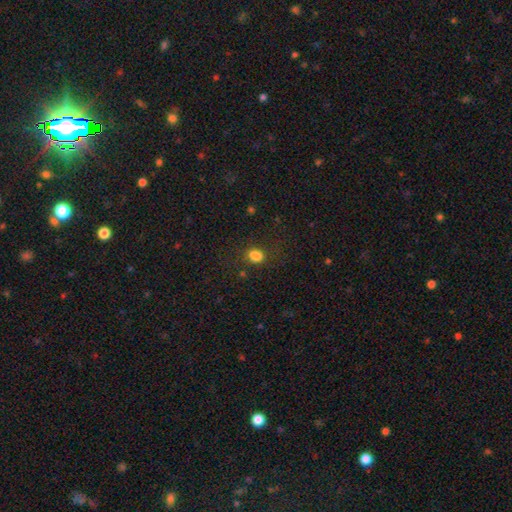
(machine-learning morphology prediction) smooth 82%, star or artifact 13%, featured or disk 5%. Down the decision tree: how rounded — round (50%); merging — none (77%).